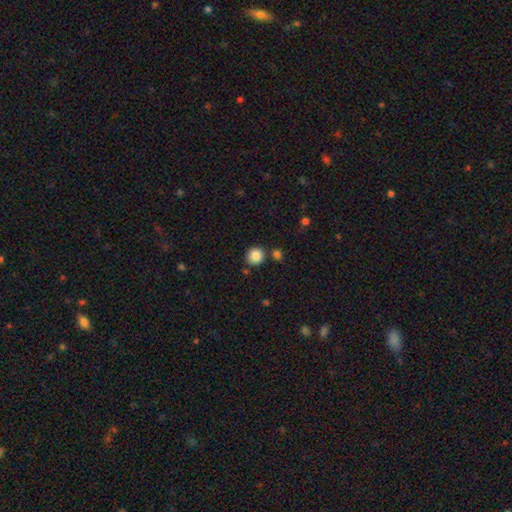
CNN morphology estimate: Smooth or featured? Predicted: smooth (p=0.86). How rounded? Predicted: round (p=0.90). Merging? Predicted: none (p=0.80).